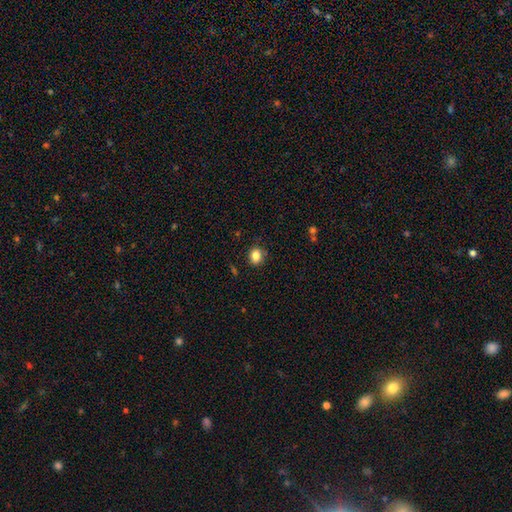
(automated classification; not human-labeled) smooth 83%, star or artifact 10%, featured or disk 6%. Down the decision tree: how rounded — round (58%); merging — none (82%).